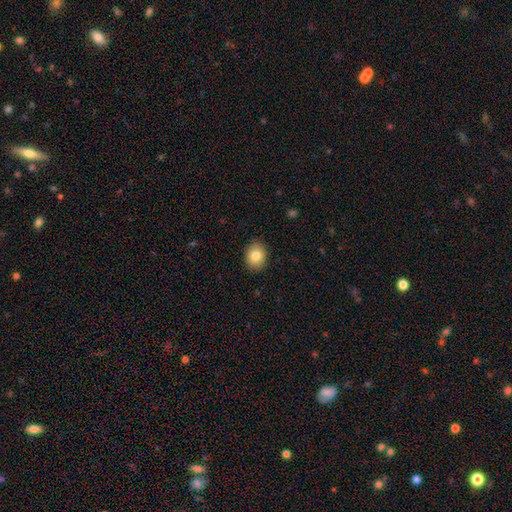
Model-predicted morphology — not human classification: Smooth or featured? Predicted: smooth (p=0.81). How rounded? Predicted: in between (p=0.50). Merging? Predicted: none (p=0.89).